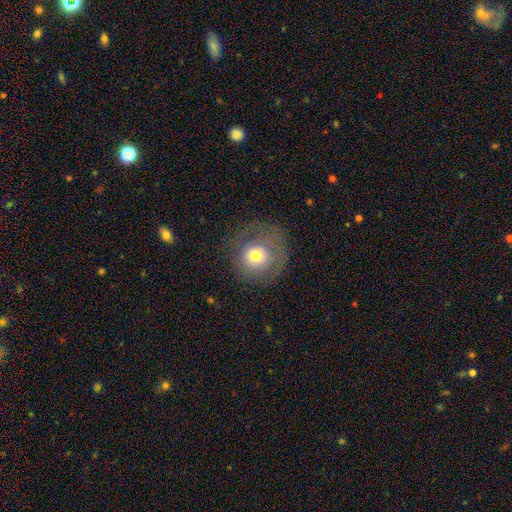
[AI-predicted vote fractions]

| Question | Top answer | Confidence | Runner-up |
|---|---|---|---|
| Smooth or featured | smooth | 66% | featured or disk (22%) |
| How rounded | round | 90% | in between (9%) |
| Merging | none | 69% | minor disturbance (16%) |